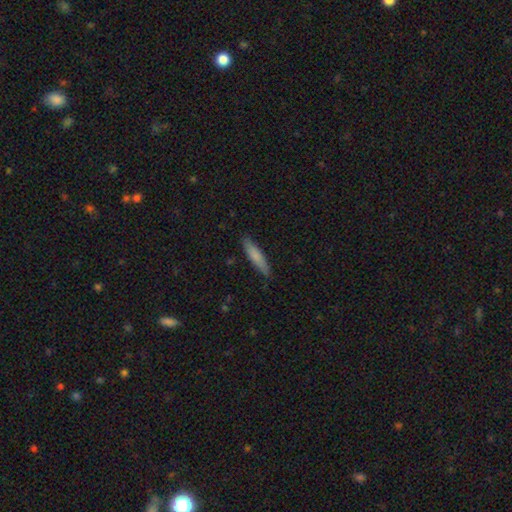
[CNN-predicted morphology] This appears to be a smooth galaxy with no disk features (76%) that is cigar-shaped (86%). Merging: none (86%).